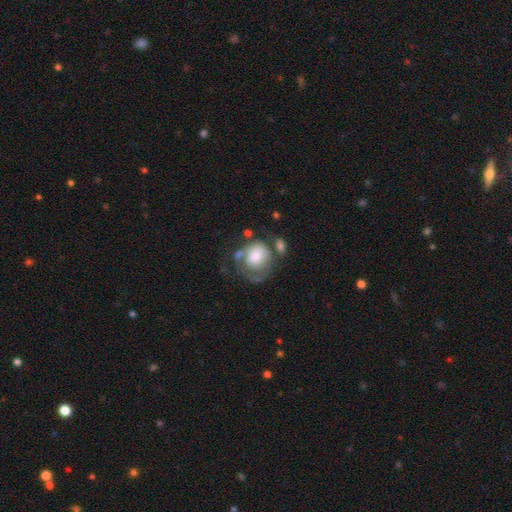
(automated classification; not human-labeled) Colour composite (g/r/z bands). It shows a featured or disk galaxy (49%). Merging: major disturbance (32%, tied with none).